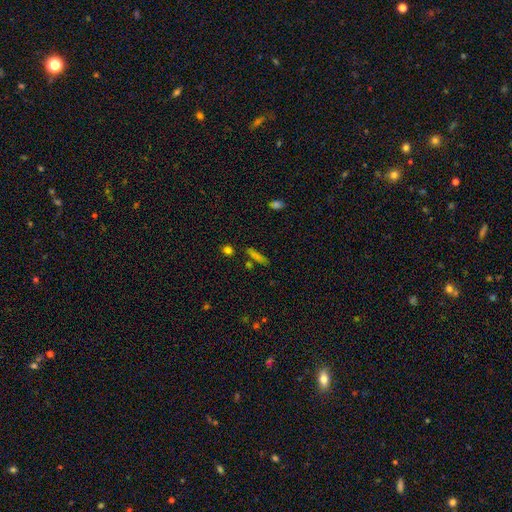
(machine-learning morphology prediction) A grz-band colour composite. It shows a smooth galaxy with no disk features (63%) that is cigar-shaped (82%). Merging: none (83%).